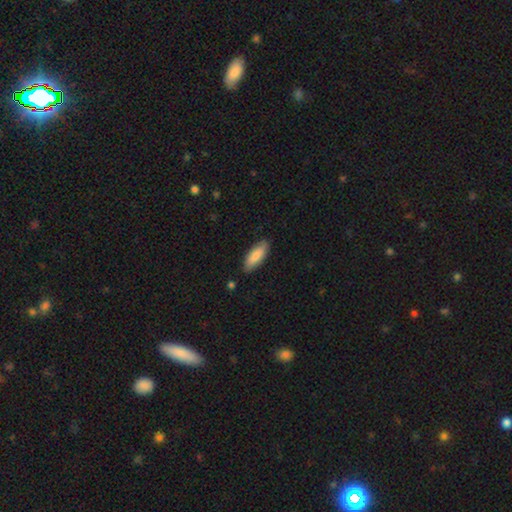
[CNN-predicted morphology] Q: Smooth or featured?
A: smooth (83%); runner-up: featured or disk (12%)
Q: How rounded?
A: in between (70%); runner-up: cigar-shaped (29%)
Q: Merging?
A: none (85%); runner-up: minor disturbance (12%)